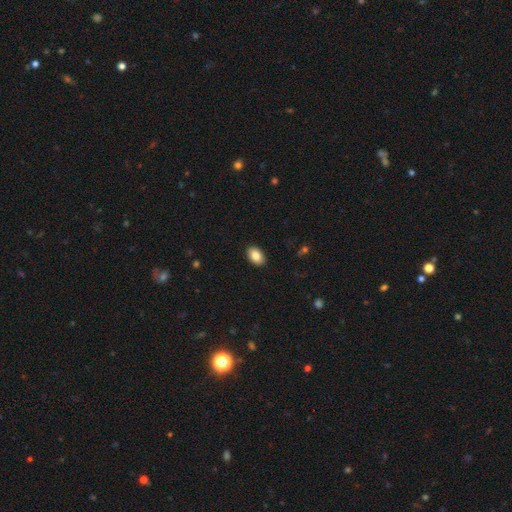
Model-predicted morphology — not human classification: smooth_or_featured: smooth (p=0.86) [alt: star or artifact p=0.07]
how_rounded: in between (p=0.90) [alt: round p=0.09]
merging: none (p=0.90) [alt: minor disturbance p=0.07]